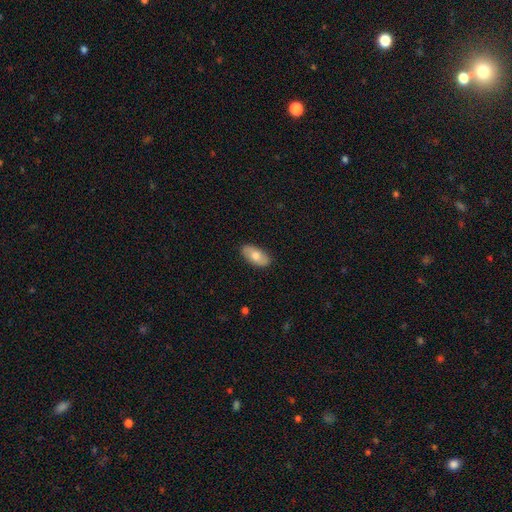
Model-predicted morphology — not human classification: This appears to be a smooth galaxy with no disk features (71%) that is in between round and cigar-shaped (94%). Merging: none (87%).